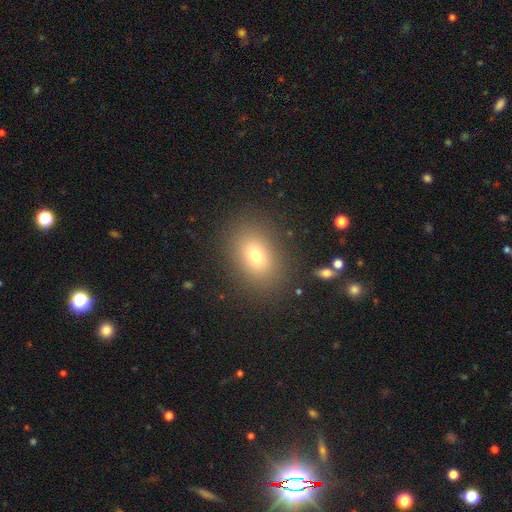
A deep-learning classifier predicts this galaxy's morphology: The model was most divided on "how rounded": in between: 71%, round: 28%, cigar-shaped: 2%. More confident: merging — none (87%); smooth or featured — smooth (72%).